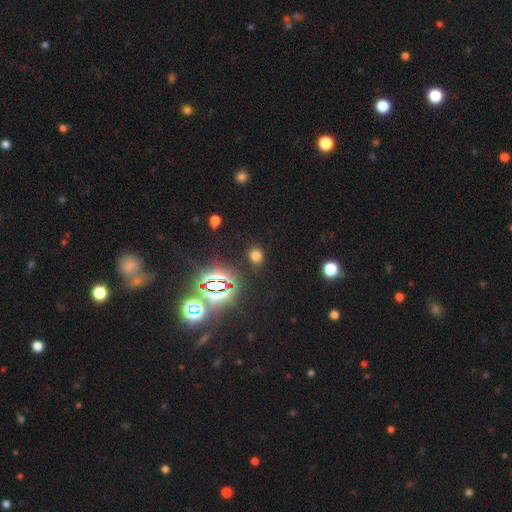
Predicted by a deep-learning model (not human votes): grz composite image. It shows a smooth galaxy with no disk features (66%) that is round (68%). Merging: none (87%).